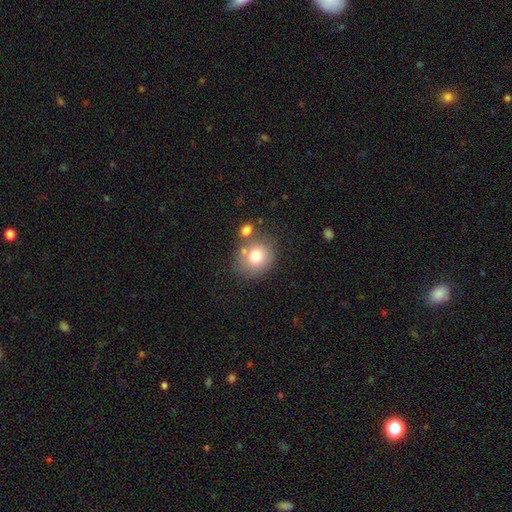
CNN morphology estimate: smooth 74%, featured or disk 15%, star or artifact 10%. Down the decision tree: how rounded — round (69%); merging — none (65%).